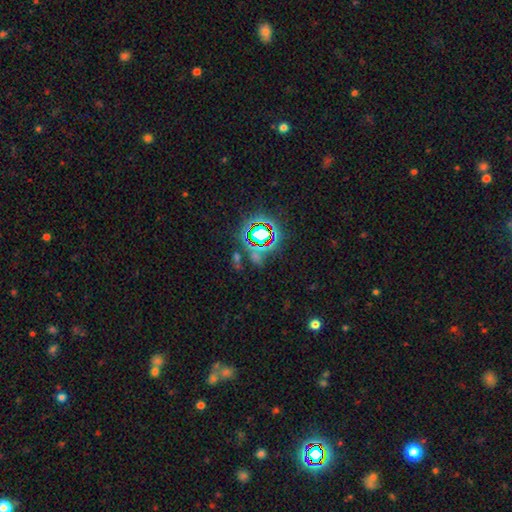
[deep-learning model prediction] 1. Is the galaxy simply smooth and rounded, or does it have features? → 72% star or artifact, 18% smooth, 11% featured or disk.